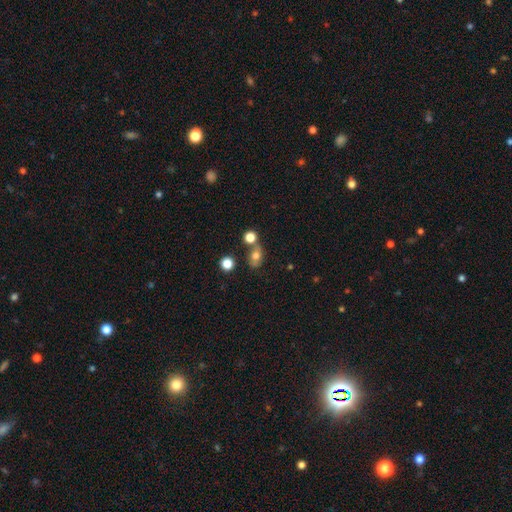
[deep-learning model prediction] Overall: smooth (69%). How rounded: in between (58%; round 39%). Merging: none (55%; merger 25%).